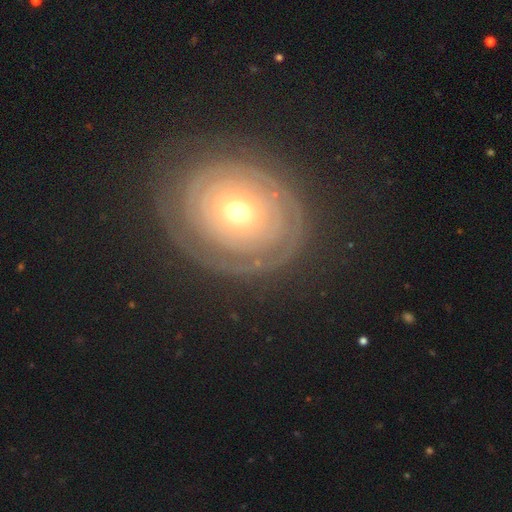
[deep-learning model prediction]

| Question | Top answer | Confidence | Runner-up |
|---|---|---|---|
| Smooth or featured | featured or disk | 76% | smooth (17%) |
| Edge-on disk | no | 96% | yes (4%) |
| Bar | no | 85% | weak (10%) |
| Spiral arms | yes | 76% | no (24%) |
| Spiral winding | tight | 85% | medium (10%) |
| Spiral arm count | can't tell | 43% | 2 (21%) |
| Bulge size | moderate | 61% | small (28%) |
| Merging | none | 79% | minor disturbance (12%) |